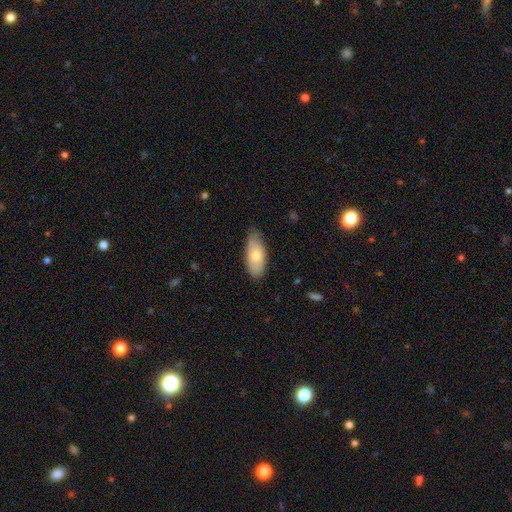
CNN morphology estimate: The model was most divided on "merging": none: 72%, minor disturbance: 24%, major disturbance: 3%, merger: 1%. More confident: how rounded — in between (88%); smooth or featured — smooth (71%).